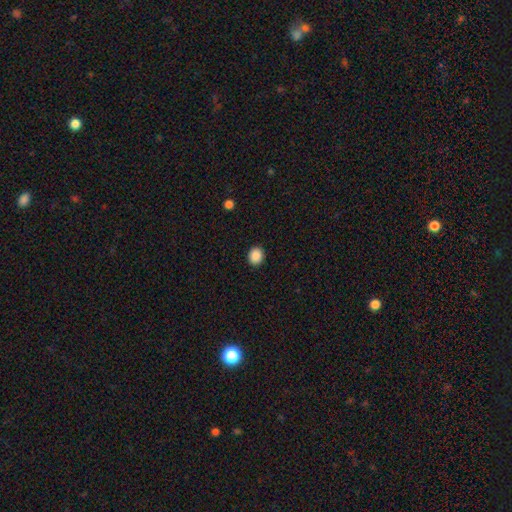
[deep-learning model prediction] Smooth or featured? smooth (89%)
How rounded? round (67%)
Merging? none (91%)